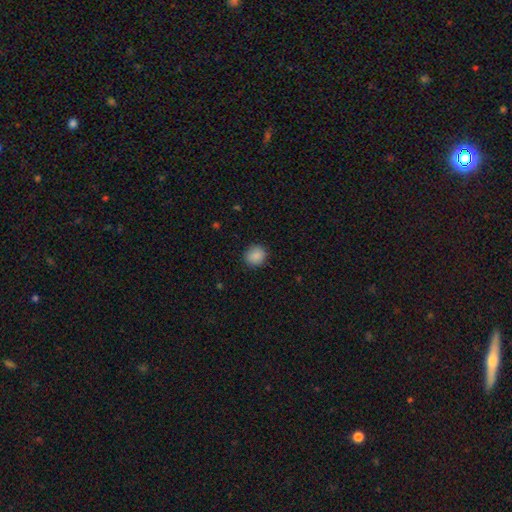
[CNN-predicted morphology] Smooth or featured: smooth — 88% (star or artifact — 9%)
How rounded: round — 82% (in between — 17%)
Merging: none — 88% (minor disturbance — 9%)